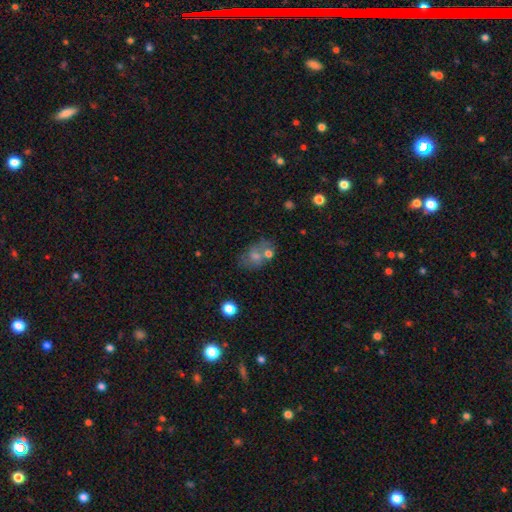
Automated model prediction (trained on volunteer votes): Smooth or featured: smooth — 49% (featured or disk — 29%)
Merging: none — 53% (merger — 24%)